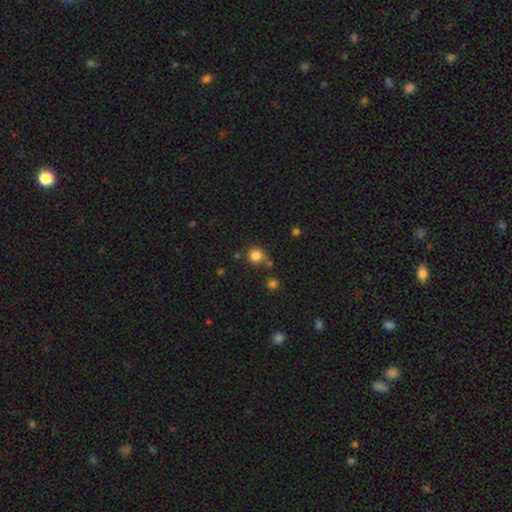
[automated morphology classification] Smooth or featured?
  - smooth: 82% *
  - star or artifact: 12%
  - featured or disk: 6%
How rounded?
  - round: 89% *
  - in between: 10%
  - cigar-shaped: 1%
Merging?
  - none: 65% *
  - minor disturbance: 15%
  - merger: 14%
  - major disturbance: 5%